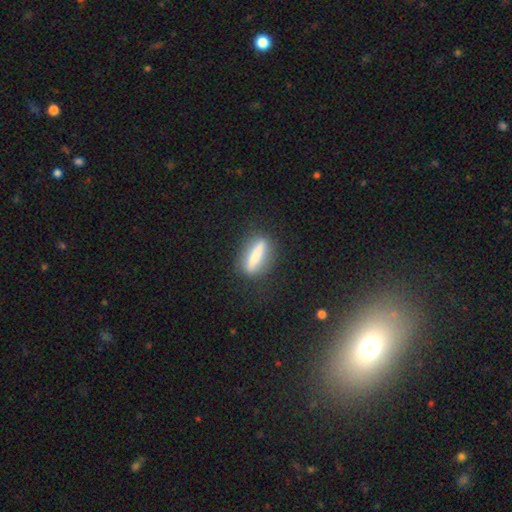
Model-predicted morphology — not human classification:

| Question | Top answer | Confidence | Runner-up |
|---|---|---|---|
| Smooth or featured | smooth | 58% | featured or disk (34%) |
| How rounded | cigar-shaped | 74% | in between (22%) |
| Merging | none | 84% | minor disturbance (10%) |